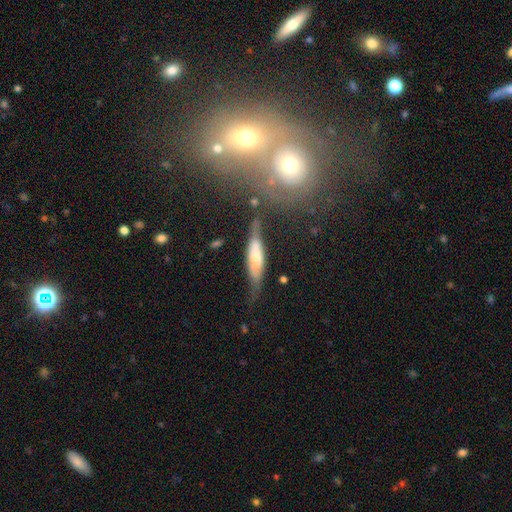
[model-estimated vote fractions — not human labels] This is possibly a featured or disk galaxy (54%). It is likely viewed edge-on (65%). Merging: possibly none (52%).